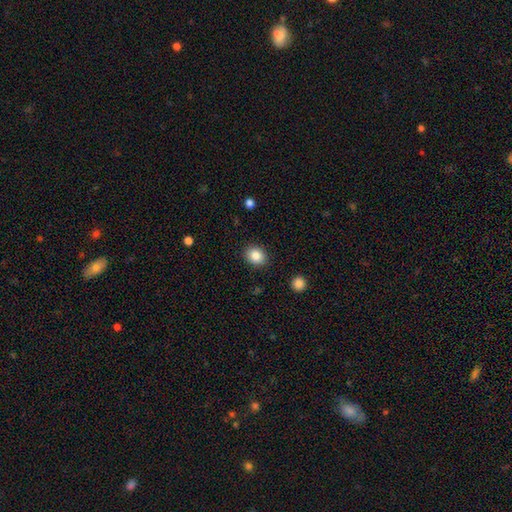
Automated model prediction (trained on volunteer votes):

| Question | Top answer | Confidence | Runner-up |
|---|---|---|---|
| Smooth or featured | smooth | 85% | star or artifact (9%) |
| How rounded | round | 62% | in between (37%) |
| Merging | none | 89% | minor disturbance (8%) |